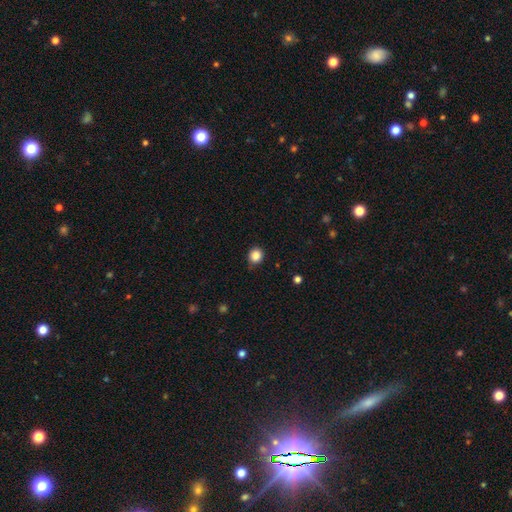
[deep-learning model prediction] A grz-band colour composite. It shows a smooth galaxy with no disk features (86%) that is round (83%). Merging: none (81%).